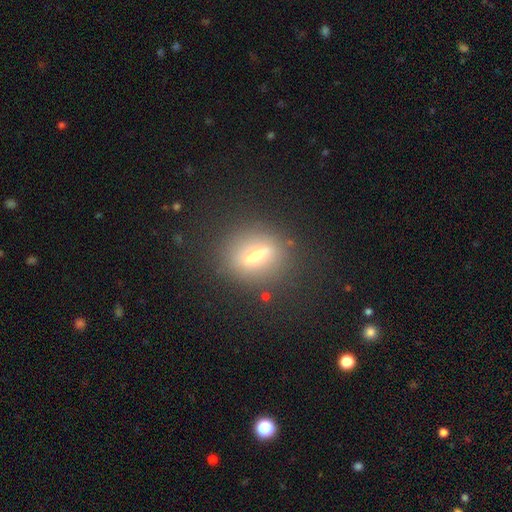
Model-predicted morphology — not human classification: A featured or disk galaxy (49%). Merging: none (82%).